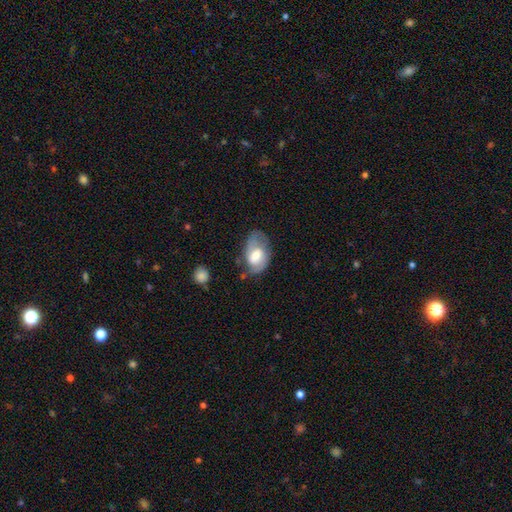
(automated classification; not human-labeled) Smooth or featured? featured or disk (54%)
Edge-on disk? no (95%)
Bar? weak (46%)
Spiral arms? yes (75%)
Bulge size? moderate (62%)
Merging? none (55%)